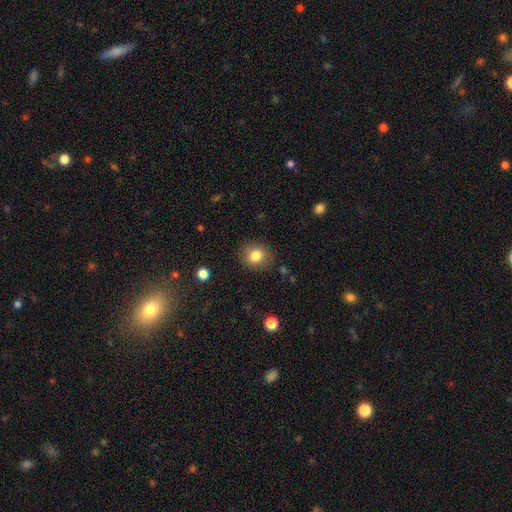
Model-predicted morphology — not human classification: smooth-or-featured: smooth: 83% | star or artifact: 10% | featured or disk: 7%
  how-rounded: round: 73% | in between: 26% | cigar-shaped: 1%
  merging: none: 85% | minor disturbance: 10% | major disturbance: 3% | merger: 1%